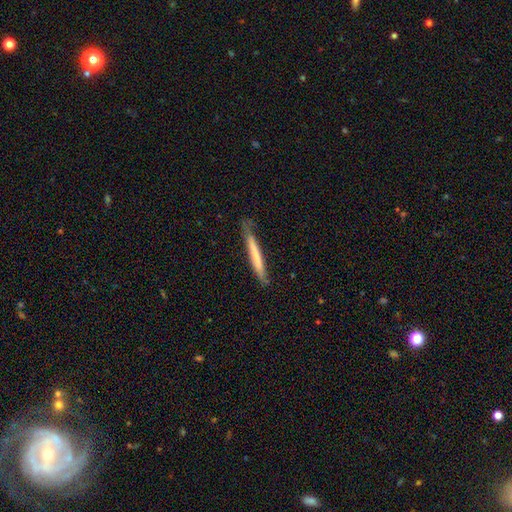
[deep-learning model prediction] smooth_or_featured: smooth (p=0.60) [alt: featured or disk p=0.35]
how_rounded: cigar-shaped (p=0.96) [alt: in between p=0.02]
merging: none (p=0.72) [alt: minor disturbance p=0.21]